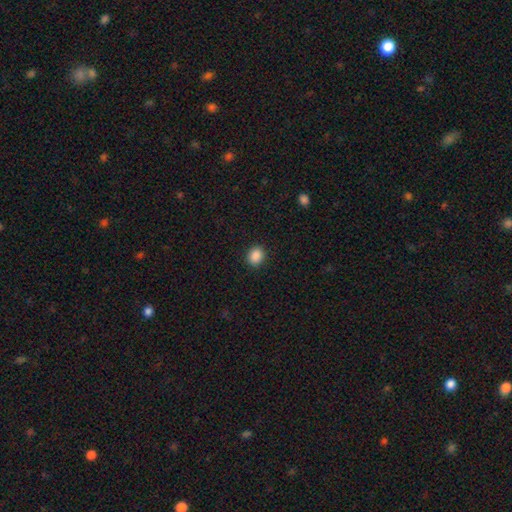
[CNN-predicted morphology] A smooth galaxy with no disk features (88%) that is round (68%). Merging: none (90%).